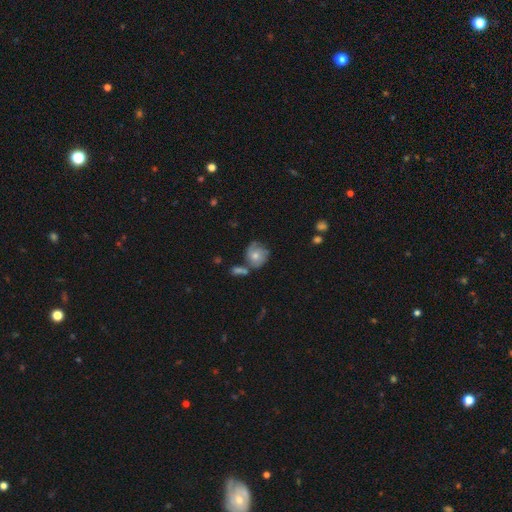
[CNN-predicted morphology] A featured or disk galaxy (47%). Merging: none (51%).